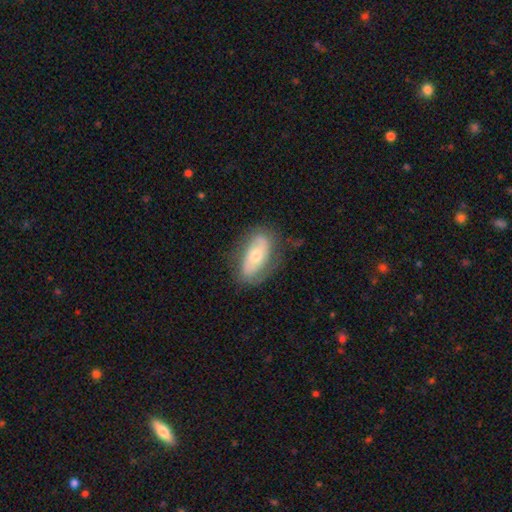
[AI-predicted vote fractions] Q: Smooth or featured?
A: featured or disk (53%); runner-up: smooth (41%)
Q: Edge-on disk?
A: no (88%); runner-up: yes (12%)
Q: Merging?
A: none (71%); runner-up: minor disturbance (20%)